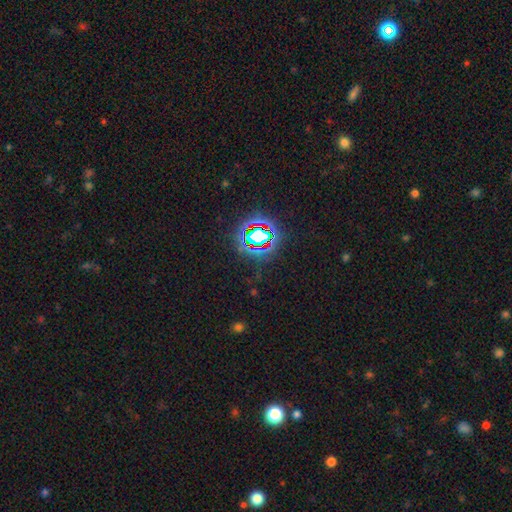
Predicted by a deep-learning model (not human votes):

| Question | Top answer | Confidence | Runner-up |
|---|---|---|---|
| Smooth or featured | star or artifact | 74% | smooth (16%) |